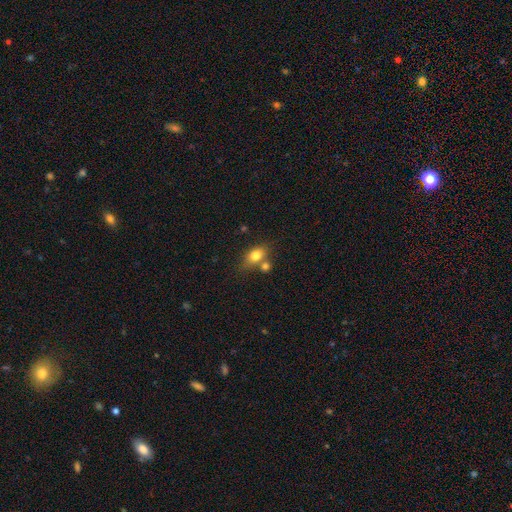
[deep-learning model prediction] A smooth galaxy with no disk features (78%) that is in between round and cigar-shaped (69%). Merging: none (54%).